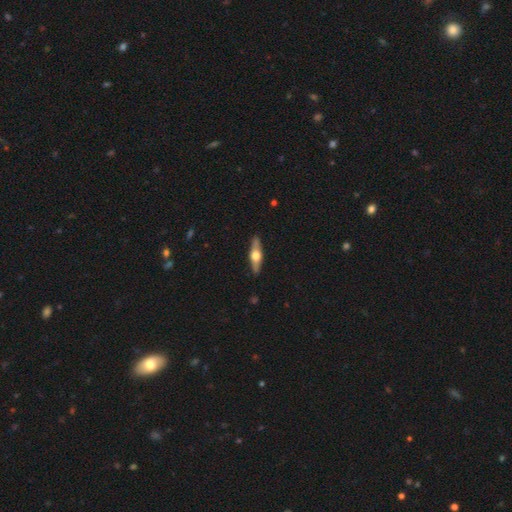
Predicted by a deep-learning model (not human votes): The model was most divided on "smooth or featured": featured or disk: 62%, smooth: 33%, star or artifact: 5%. More confident: edge-on bulge — rounded (95%); edge-on disk — yes (94%); merging — none (89%).